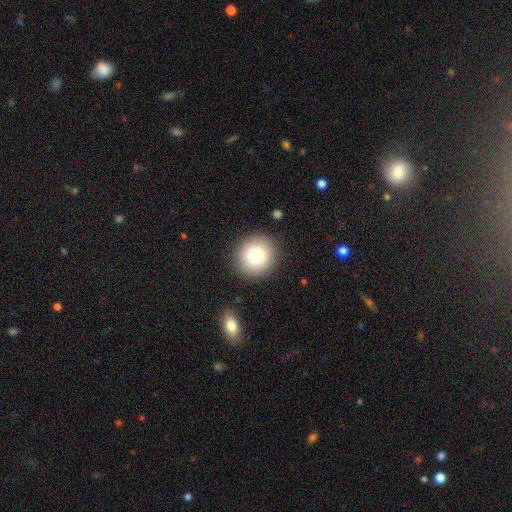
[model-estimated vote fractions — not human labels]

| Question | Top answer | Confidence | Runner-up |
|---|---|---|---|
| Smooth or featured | smooth | 81% | featured or disk (10%) |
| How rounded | round | 91% | in between (8%) |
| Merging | none | 89% | minor disturbance (7%) |